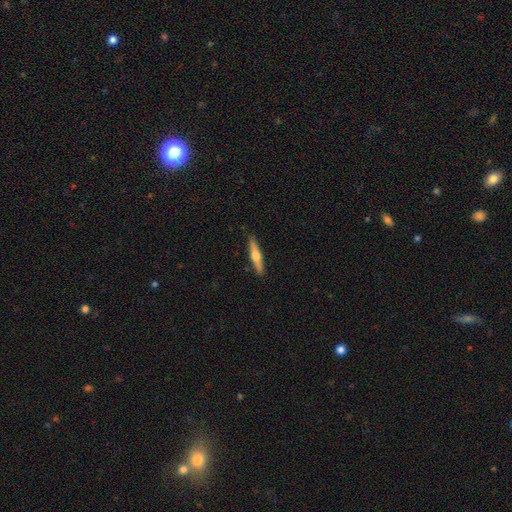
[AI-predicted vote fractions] Smooth or featured?
  - featured or disk: 57% *
  - smooth: 37%
  - star or artifact: 5%
Edge-on disk?
  - yes: 96% *
  - no: 4%
Edge-on bulge?
  - rounded: 92% *
  - none: 4%
  - boxy: 4%
Merging?
  - none: 90% *
  - minor disturbance: 7%
  - major disturbance: 2%
  - merger: 1%